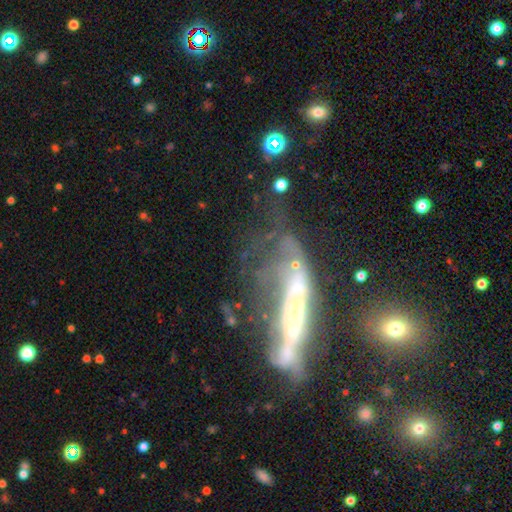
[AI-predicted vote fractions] Morphology: type=featured or disk (67%); edge-on=no (55%); merging=major disturbance (36%).